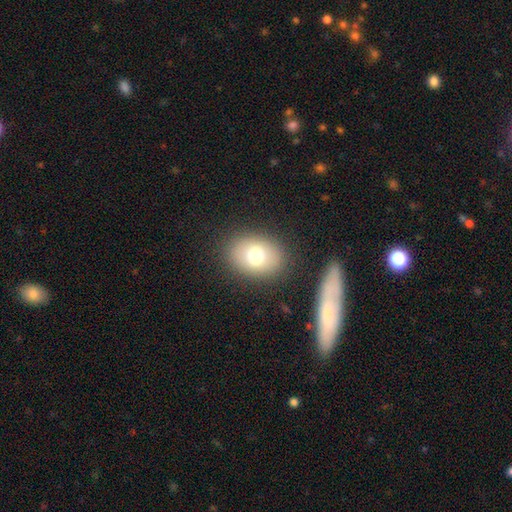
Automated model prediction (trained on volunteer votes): smooth_or_featured: smooth (p=0.73) [alt: featured or disk p=0.16]
how_rounded: in between (p=0.60) [alt: round p=0.39]
merging: none (p=0.86) [alt: minor disturbance p=0.09]